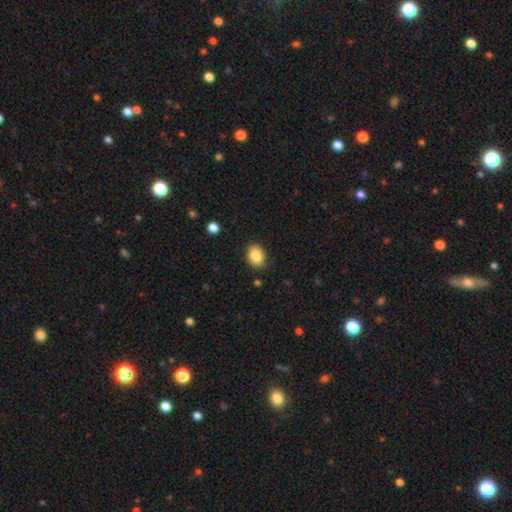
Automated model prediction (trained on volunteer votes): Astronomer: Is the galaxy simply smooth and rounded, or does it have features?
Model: smooth — 85%.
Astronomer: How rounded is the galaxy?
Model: in between — 69%.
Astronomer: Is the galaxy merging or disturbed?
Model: none — 82%.